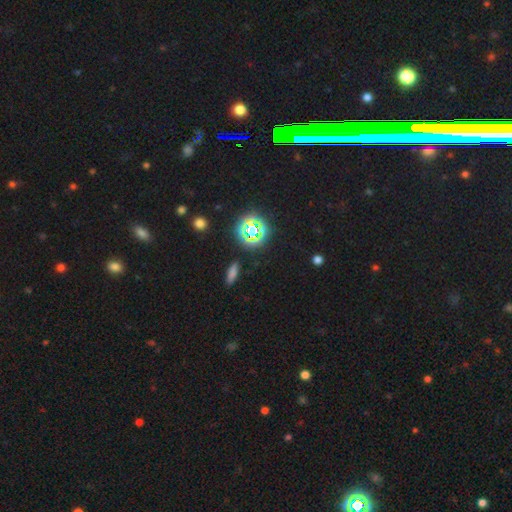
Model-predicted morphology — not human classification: Smooth or featured?
  - star or artifact: 55% *
  - smooth: 34%
  - featured or disk: 11%